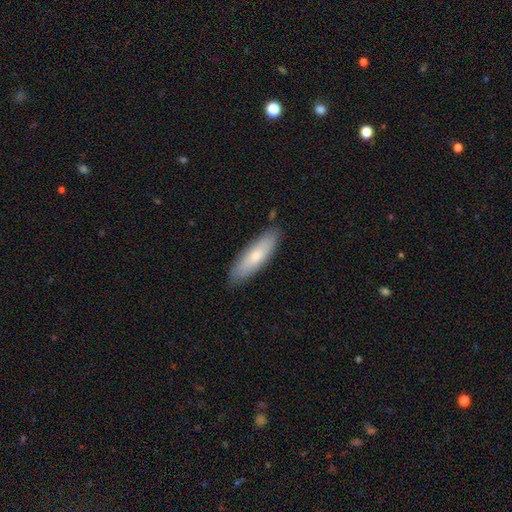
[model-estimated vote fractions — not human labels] Smooth or featured?
  - smooth: 71% *
  - featured or disk: 23%
  - star or artifact: 6%
How rounded?
  - cigar-shaped: 58% *
  - in between: 41%
  - round: 2%
Merging?
  - none: 86% *
  - minor disturbance: 11%
  - major disturbance: 2%
  - merger: 1%